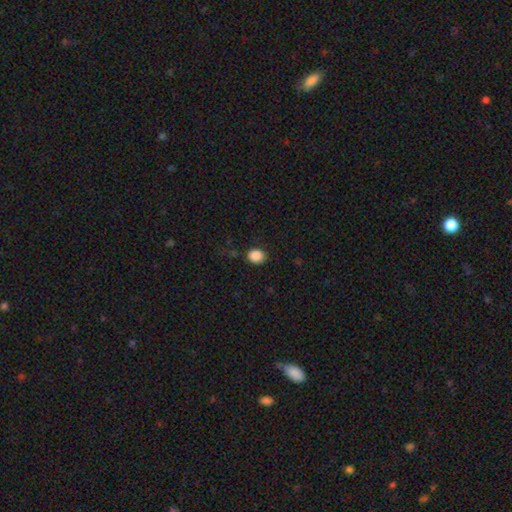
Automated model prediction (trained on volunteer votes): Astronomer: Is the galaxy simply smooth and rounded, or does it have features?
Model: smooth — 87%.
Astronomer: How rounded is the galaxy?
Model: round — 58% (runner-up: in between, 41%).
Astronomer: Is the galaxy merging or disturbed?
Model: none — 83%.